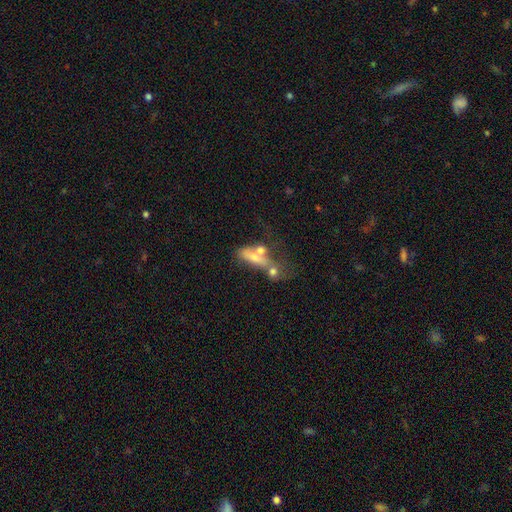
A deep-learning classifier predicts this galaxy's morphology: smooth_or_featured: smooth (p=0.54) [alt: featured or disk p=0.35]
how_rounded: in between (p=0.57) [alt: cigar-shaped p=0.33]
merging: merger (p=0.53) [alt: none p=0.21]